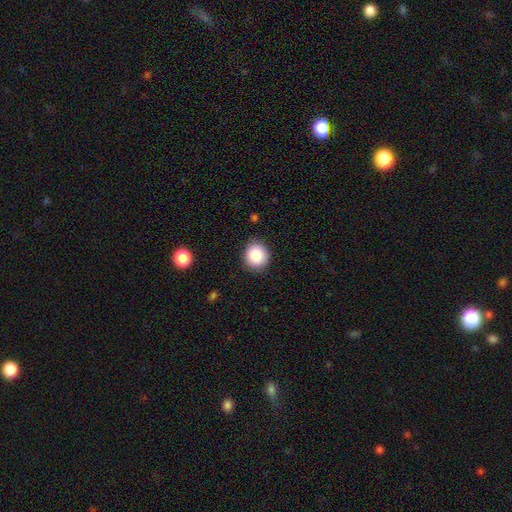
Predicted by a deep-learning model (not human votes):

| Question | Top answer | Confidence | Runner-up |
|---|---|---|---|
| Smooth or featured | smooth | 87% | star or artifact (9%) |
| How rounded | round | 86% | in between (13%) |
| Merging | none | 88% | minor disturbance (9%) |